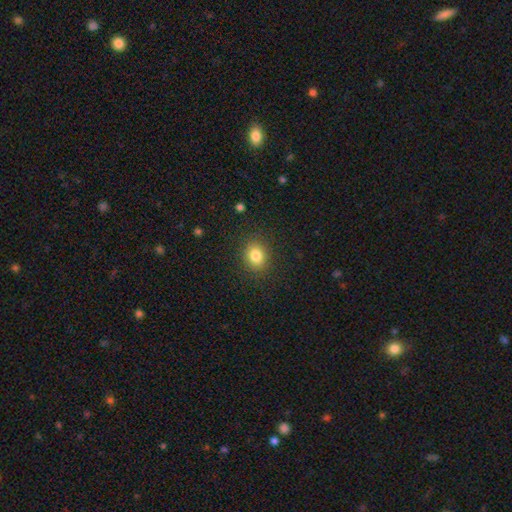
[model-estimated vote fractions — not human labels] This is clearly a smooth galaxy (82%). How rounded: likely round (61%). Merging: clearly none (88%).